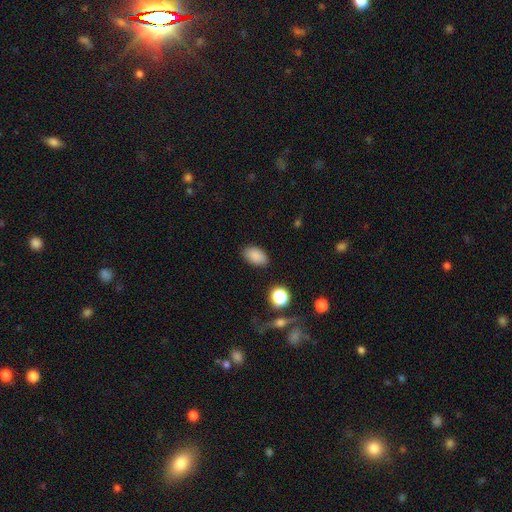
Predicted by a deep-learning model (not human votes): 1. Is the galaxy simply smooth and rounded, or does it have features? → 86% smooth, 10% star or artifact, 4% featured or disk.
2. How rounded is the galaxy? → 91% in between, 8% round, 1% cigar-shaped.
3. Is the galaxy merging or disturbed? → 85% none, 10% minor disturbance, 3% major disturbance, 2% merger.